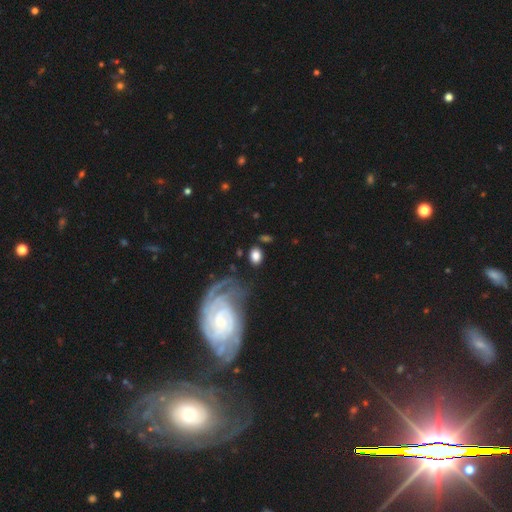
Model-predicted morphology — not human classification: Overall: smooth (74%). How rounded: in between (75%). Merging: none (79%).